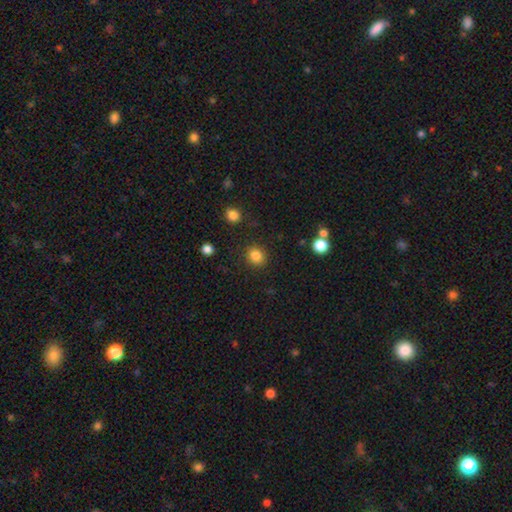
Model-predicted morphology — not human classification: The model was most divided on "how rounded": round: 78%, in between: 21%, cigar-shaped: 1%. More confident: merging — none (89%); smooth or featured — smooth (84%).